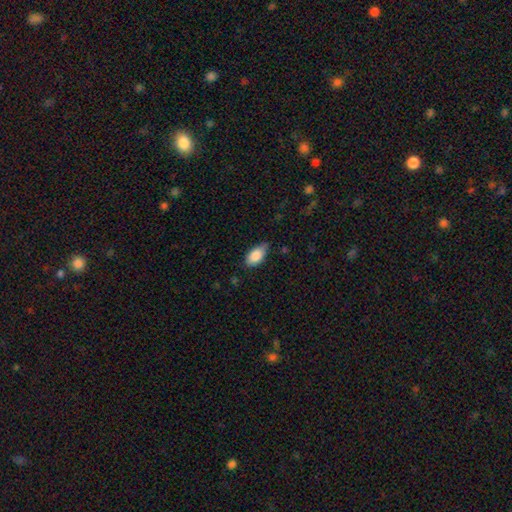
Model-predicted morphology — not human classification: This appears to be a smooth galaxy with no disk features (87%) that is in between round and cigar-shaped (92%). Merging: none (69%).